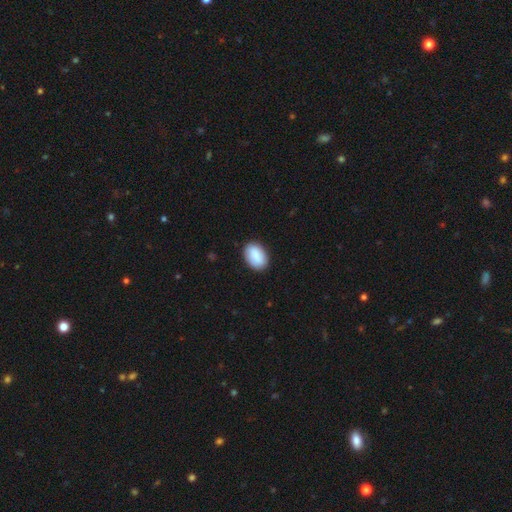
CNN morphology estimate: This is clearly a smooth galaxy (88%). How rounded: clearly in between (88%). Merging: clearly none (87%).